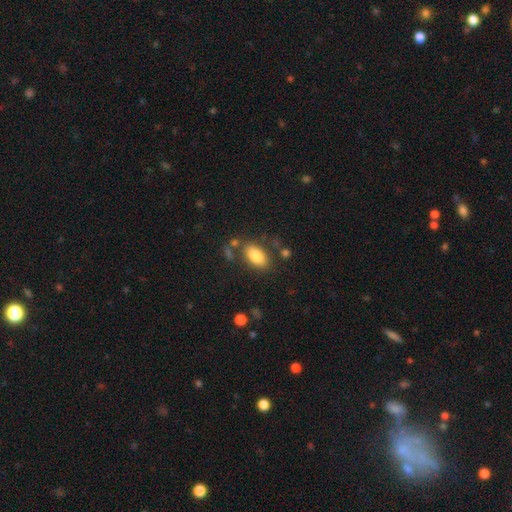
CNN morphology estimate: smooth_or_featured: smooth (p=0.83) [alt: featured or disk p=0.09]
how_rounded: in between (p=0.92) [alt: round p=0.05]
merging: none (p=0.75) [alt: minor disturbance p=0.13]